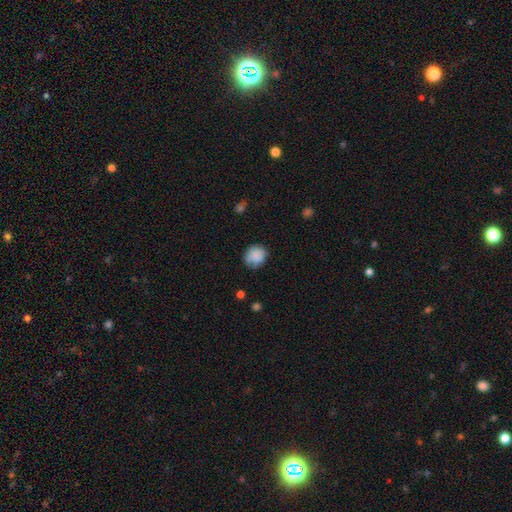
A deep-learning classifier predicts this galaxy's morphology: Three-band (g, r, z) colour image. It shows a smooth galaxy with no disk features (85%) that is round (77%). Merging: none (72%).